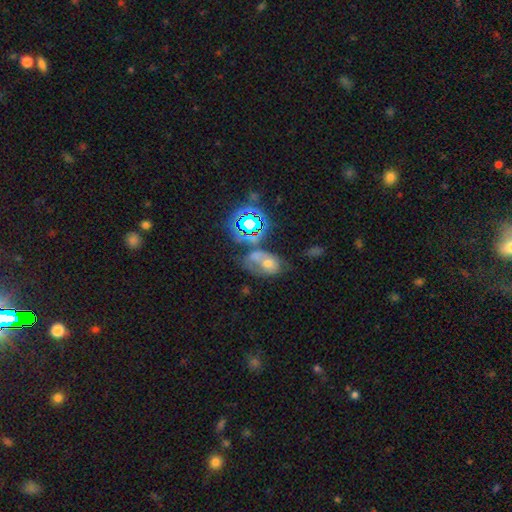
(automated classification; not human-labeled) Morphology: type=smooth (42%); merging=merger (41%).